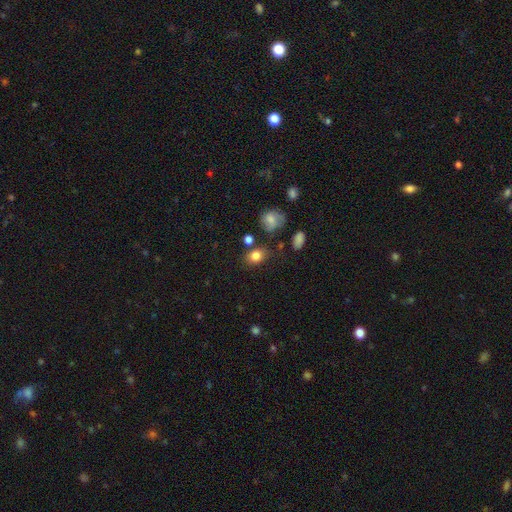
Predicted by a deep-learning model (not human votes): Q: Smooth or featured?
A: smooth (82%); runner-up: star or artifact (11%)
Q: How rounded?
A: in between (60%); runner-up: round (39%)
Q: Merging?
A: none (73%); runner-up: minor disturbance (15%)